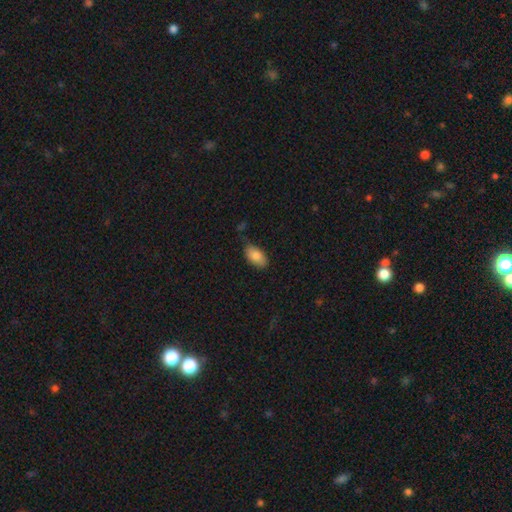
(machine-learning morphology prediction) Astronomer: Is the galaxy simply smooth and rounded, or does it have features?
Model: smooth — 84%.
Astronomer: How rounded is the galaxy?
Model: in between — 94%.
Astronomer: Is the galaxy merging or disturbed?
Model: none — 74%.